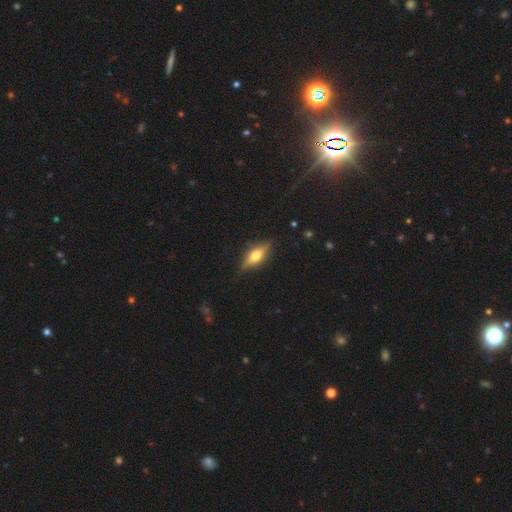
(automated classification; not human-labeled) smooth_or_featured: featured or disk (p=0.51) [alt: smooth p=0.42]
disk_edge_on: yes (p=0.90) [alt: no p=0.10]
merging: none (p=0.83) [alt: minor disturbance p=0.13]